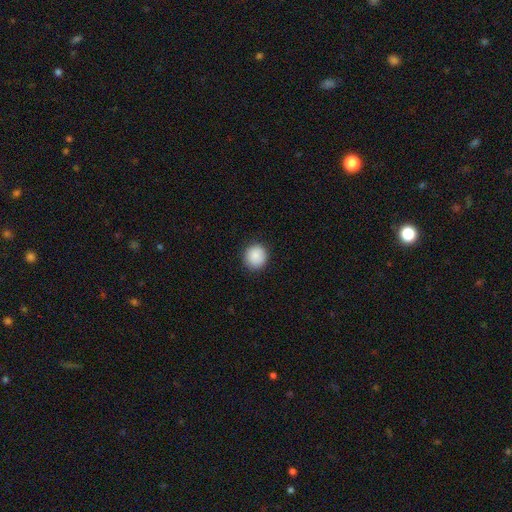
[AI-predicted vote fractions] smooth 88%, star or artifact 8%, featured or disk 4%. Down the decision tree: how rounded — round (89%); merging — none (90%).